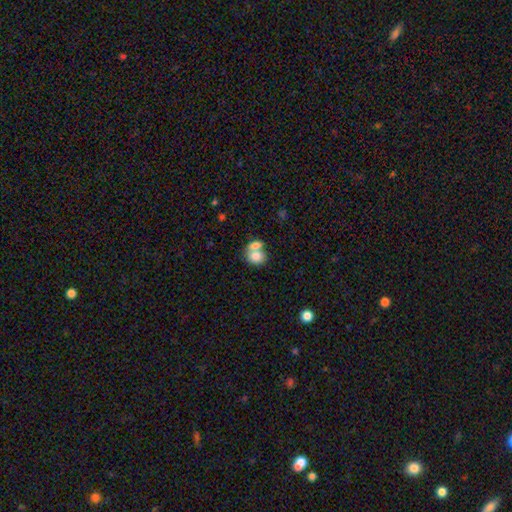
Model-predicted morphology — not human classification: This is likely a smooth galaxy (78%). How rounded: possibly in between (52%). Merging: likely merger (62%).